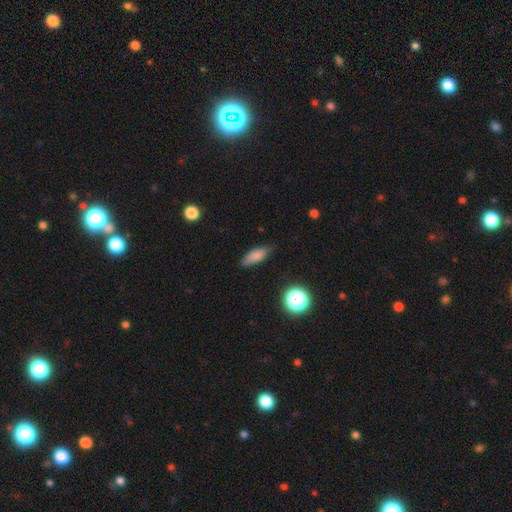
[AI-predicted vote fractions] This appears to be a smooth galaxy with no disk features (80%) that is in between round and cigar-shaped (67%). Merging: none (82%).